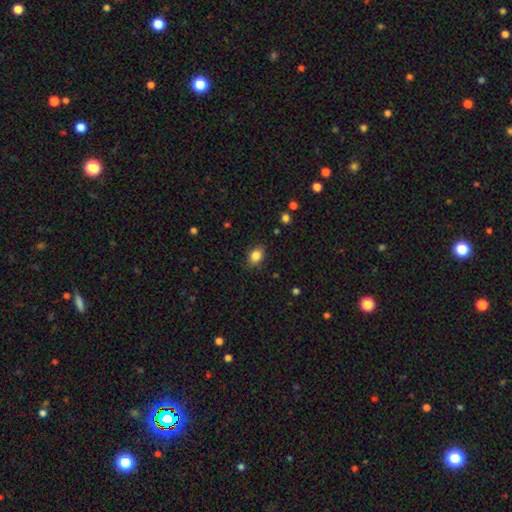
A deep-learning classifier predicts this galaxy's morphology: A smooth galaxy with no disk features (85%) that is in between round and cigar-shaped (69%).

Vote fractions:
- Smooth or featured? smooth: 85% / star or artifact: 10% / featured or disk: 5%
- How rounded? in between: 69% / round: 30% / cigar-shaped: 1%
- Merging? none: 84% / minor disturbance: 12% / major disturbance: 3% / merger: 1%